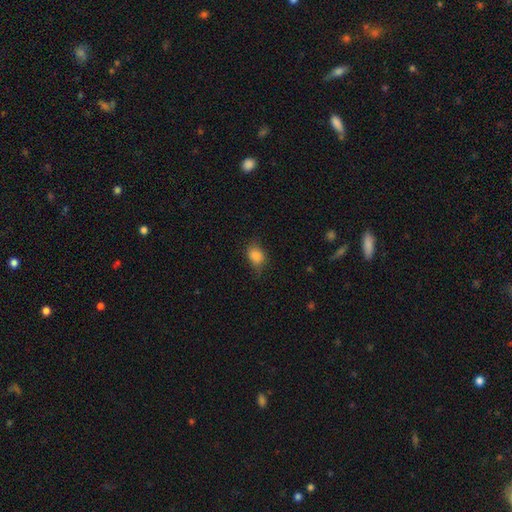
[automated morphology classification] Smooth or featured?
  - smooth: 84% *
  - star or artifact: 9%
  - featured or disk: 7%
How rounded?
  - in between: 63% *
  - round: 36%
  - cigar-shaped: 2%
Merging?
  - none: 60% *
  - minor disturbance: 30%
  - major disturbance: 9%
  - merger: 1%